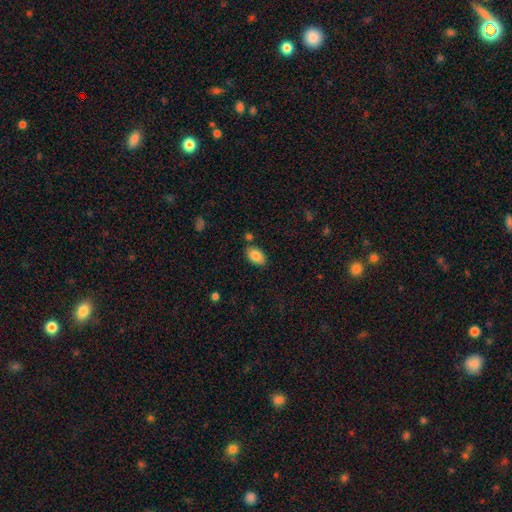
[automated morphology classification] Smooth or featured? Predicted: smooth (p=0.85). How rounded? Predicted: in between (p=0.91). Merging? Predicted: none (p=0.82).